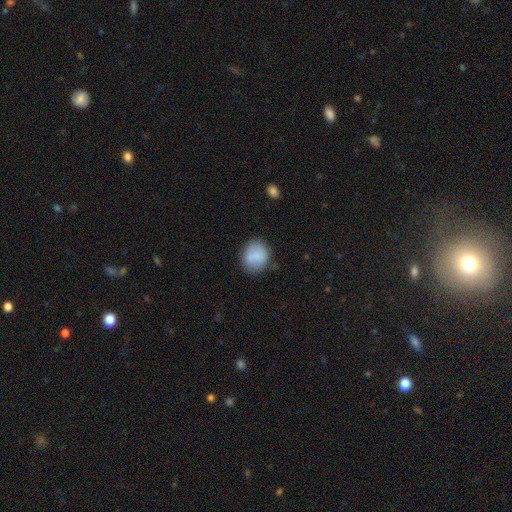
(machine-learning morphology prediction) A smooth galaxy with no disk features (83%) that is round (70%). Merging: none (76%).